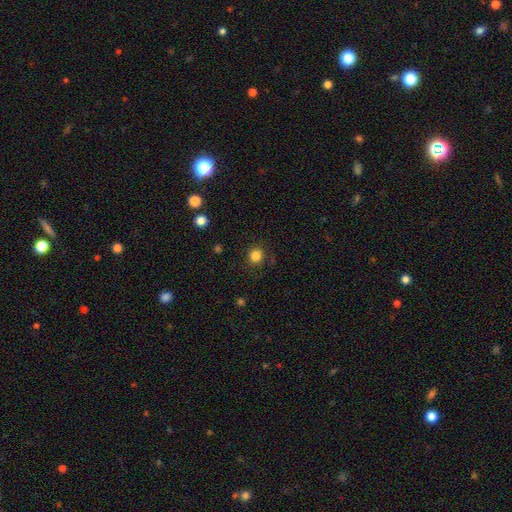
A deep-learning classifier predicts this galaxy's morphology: Smooth or featured?
  - smooth: 83% *
  - star or artifact: 12%
  - featured or disk: 4%
How rounded?
  - round: 92% *
  - in between: 7%
  - cigar-shaped: 1%
Merging?
  - none: 88% *
  - minor disturbance: 8%
  - major disturbance: 3%
  - merger: 1%